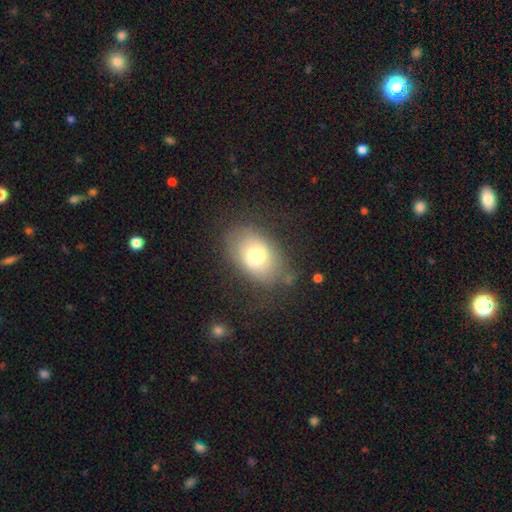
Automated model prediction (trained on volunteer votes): smooth-or-featured: smooth: 66% | featured or disk: 25% | star or artifact: 9%
  how-rounded: in between: 81% | round: 18% | cigar-shaped: 1%
  merging: none: 70% | minor disturbance: 19% | major disturbance: 9% | merger: 2%